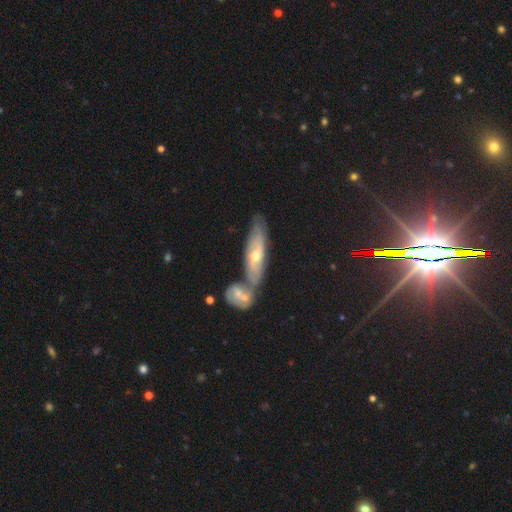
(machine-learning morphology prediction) Overall: featured or disk (63%; smooth 28%). Edge-on disk: no (62%; yes 38%). Merging: none (49%; merger 32%).